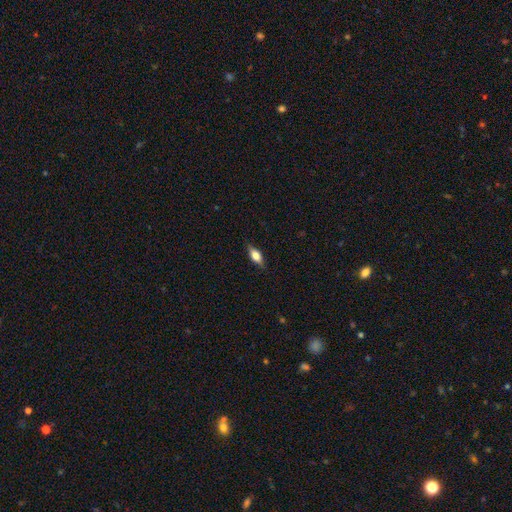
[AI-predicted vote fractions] Smooth or featured?
  - smooth: 63% *
  - featured or disk: 29%
  - star or artifact: 7%
How rounded?
  - in between: 76% *
  - cigar-shaped: 20%
  - round: 4%
Merging?
  - none: 85% *
  - minor disturbance: 12%
  - major disturbance: 2%
  - merger: 1%